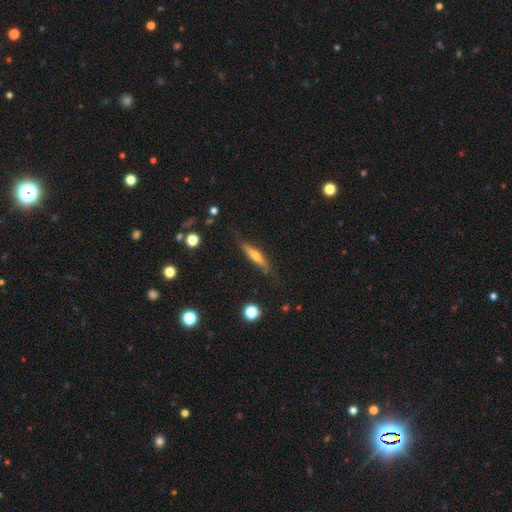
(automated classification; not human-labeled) Smooth or featured?
  - featured or disk: 53% *
  - smooth: 41%
  - star or artifact: 7%
Edge-on disk?
  - yes: 92% *
  - no: 8%
Merging?
  - none: 77% *
  - minor disturbance: 17%
  - major disturbance: 4%
  - merger: 2%